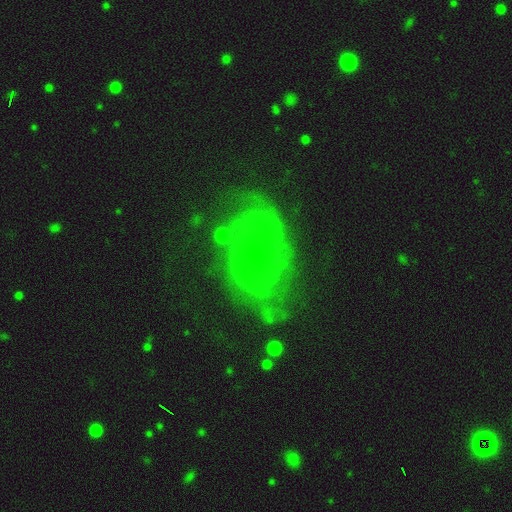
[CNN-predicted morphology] Q: Smooth or featured?
A: featured or disk (86%); runner-up: star or artifact (8%)
Q: Edge-on disk?
A: no (97%); runner-up: yes (3%)
Q: Bar?
A: no (49%); runner-up: weak (45%)
Q: Spiral arms?
A: yes (96%); runner-up: no (4%)
Q: Spiral winding?
A: medium (53%); runner-up: tight (26%)
Q: Spiral arm count?
A: 2 (81%); runner-up: can't tell (8%)
Q: Bulge size?
A: small (50%); runner-up: moderate (39%)
Q: Merging?
A: none (72%); runner-up: minor disturbance (17%)